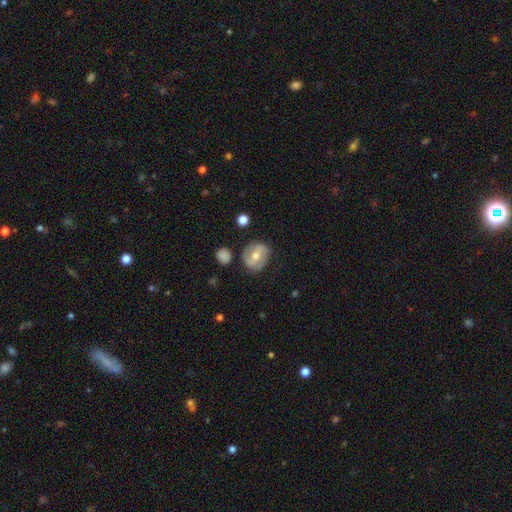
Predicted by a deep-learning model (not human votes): Smooth or featured? Predicted: featured or disk (p=0.61). Edge-on disk? Predicted: no (p=0.96). Bar? Predicted: weak (p=0.41). Spiral arms? Predicted: yes (p=0.78). Bulge size? Predicted: moderate (p=0.70). Merging? Predicted: none (p=0.75).